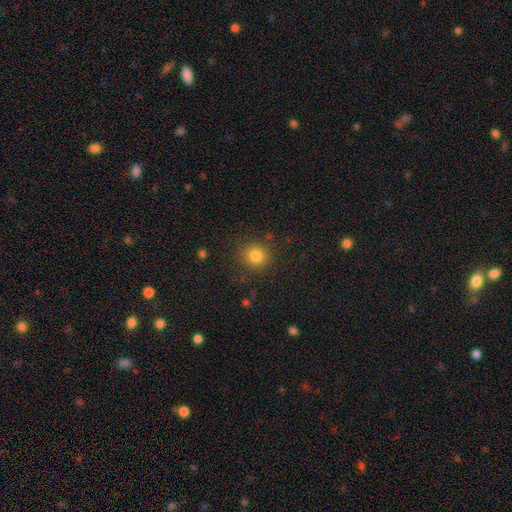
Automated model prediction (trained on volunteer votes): Morphology: type=smooth (82%); roundness=round (89%); merging=none (86%).